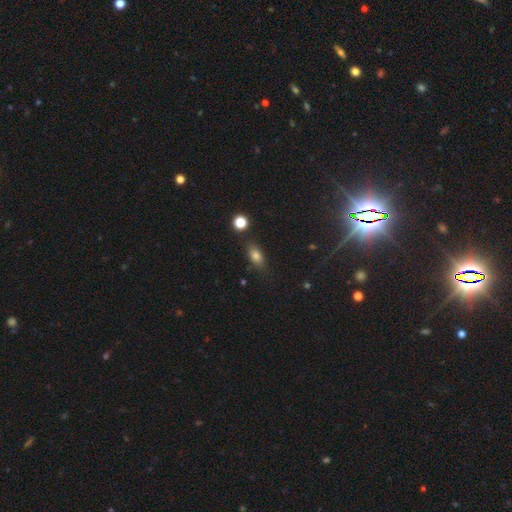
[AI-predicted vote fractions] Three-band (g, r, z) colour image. It shows a smooth galaxy with no disk features (78%) that is in between round and cigar-shaped (81%). Merging: none (78%).